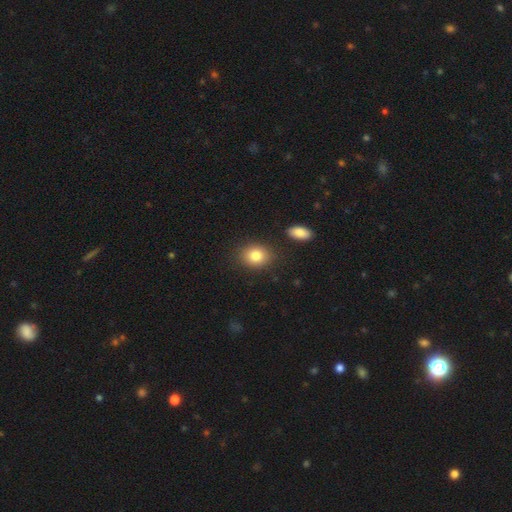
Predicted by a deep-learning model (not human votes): A smooth galaxy with no disk features (83%) that is round (50%).

Vote fractions:
- Smooth or featured? smooth: 83% / star or artifact: 9% / featured or disk: 8%
- How rounded? round: 50% / in between: 49% / cigar-shaped: 1%
- Merging? none: 83% / minor disturbance: 10% / merger: 4% / major disturbance: 3%